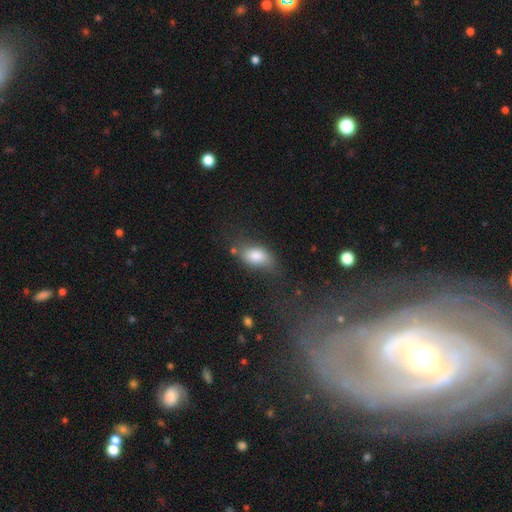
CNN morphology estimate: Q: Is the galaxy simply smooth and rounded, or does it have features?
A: smooth — 80%.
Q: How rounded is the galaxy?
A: in between — 88%.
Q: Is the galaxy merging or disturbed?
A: none — 55%.